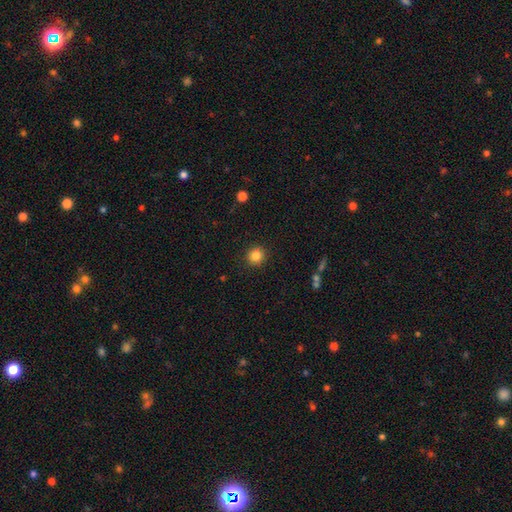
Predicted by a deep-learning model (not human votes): Overall: smooth (84%). How rounded: round (90%). Merging: none (91%).